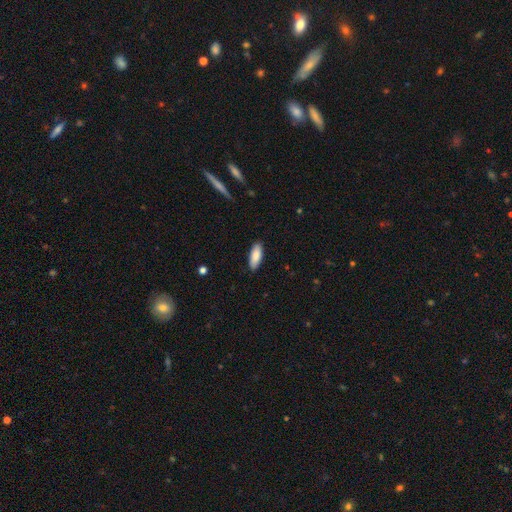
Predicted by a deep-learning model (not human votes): Overall: smooth (86%). How rounded: in between (71%). Merging: none (89%).